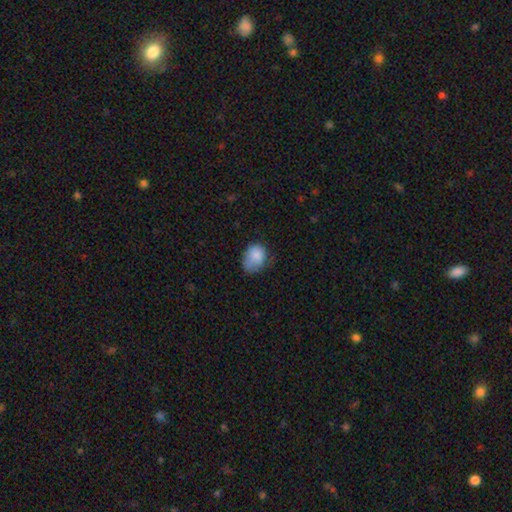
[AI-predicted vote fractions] Smooth or featured: smooth — 83% (star or artifact — 8%)
How rounded: in between — 58% (round — 41%)
Merging: none — 45% (minor disturbance — 37%)